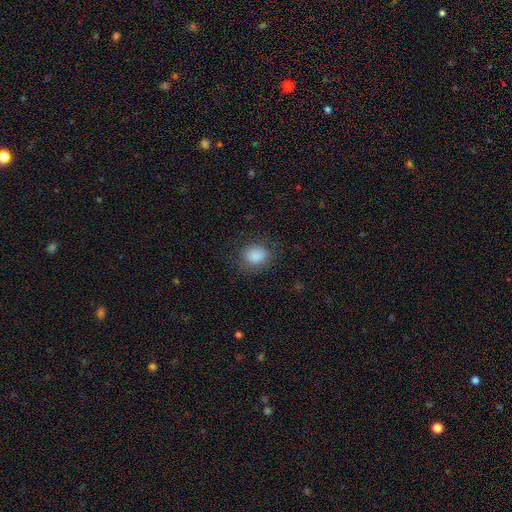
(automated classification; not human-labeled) This appears to be a smooth galaxy with no disk features (86%) that is round (65%). Merging: none (79%).